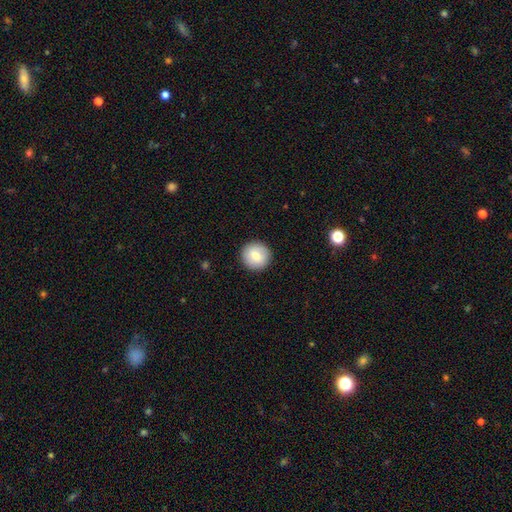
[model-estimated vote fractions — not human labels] smooth-or-featured: smooth: 77% | featured or disk: 16% | star or artifact: 8%
  how-rounded: round: 94% | in between: 6% | cigar-shaped: 1%
  merging: none: 91% | minor disturbance: 6% | major disturbance: 2% | merger: 1%